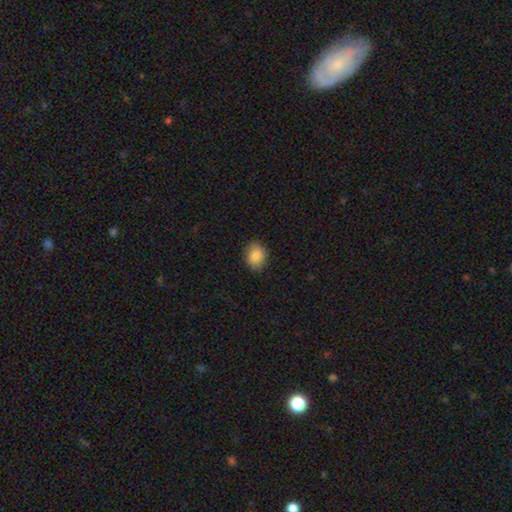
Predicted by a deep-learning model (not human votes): The model was most divided on "how rounded": in between: 53%, round: 46%, cigar-shaped: 1%. More confident: merging — none (86%); smooth or featured — smooth (85%).